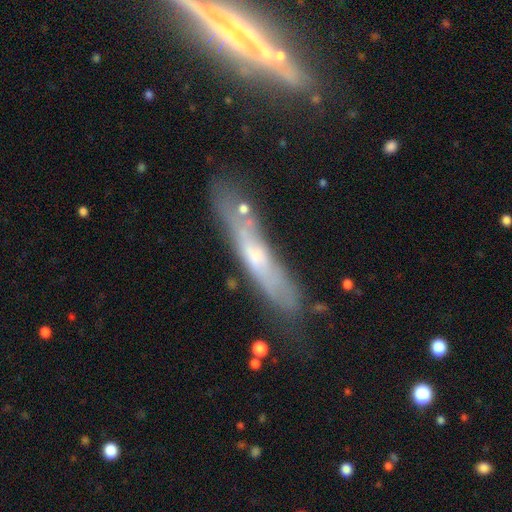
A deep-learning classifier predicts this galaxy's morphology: smooth-or-featured: featured or disk: 55% | smooth: 36% | star or artifact: 9%
  disk-edge-on: yes: 69% | no: 31%
  merging: none: 63% | minor disturbance: 22% | major disturbance: 8% | merger: 7%